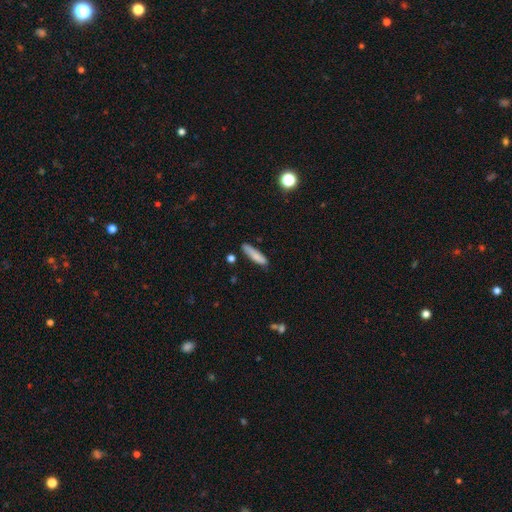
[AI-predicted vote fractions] Morphology: type=smooth (81%); roundness=cigar-shaped (80%); merging=none (76%).